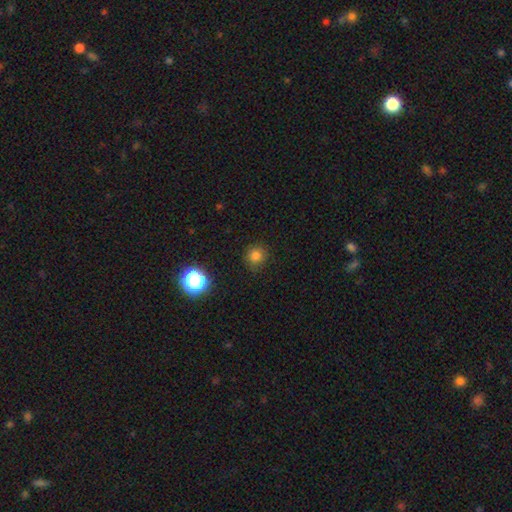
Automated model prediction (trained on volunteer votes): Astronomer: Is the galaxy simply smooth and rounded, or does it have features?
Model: smooth — 79%.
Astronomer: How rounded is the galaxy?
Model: round — 91%.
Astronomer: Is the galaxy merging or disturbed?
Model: none — 87%.